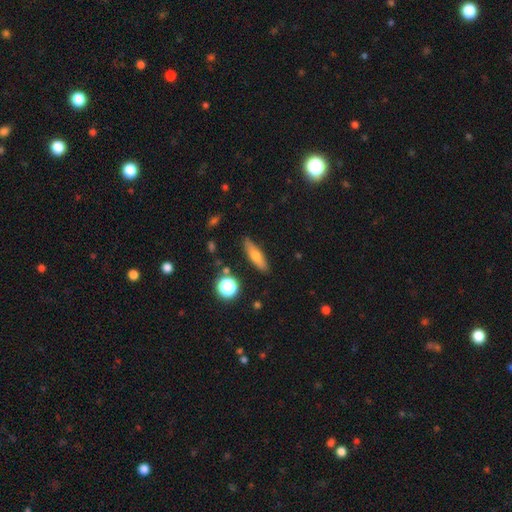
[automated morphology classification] Smooth or featured? smooth (62%)
How rounded? cigar-shaped (63%)
Merging? none (84%)